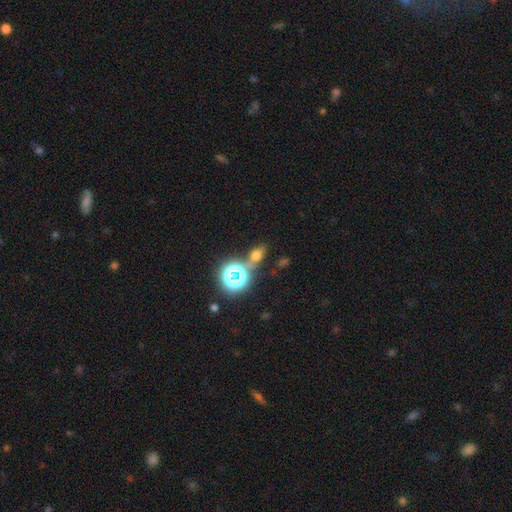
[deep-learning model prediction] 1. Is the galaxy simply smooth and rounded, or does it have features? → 55% smooth, 34% star or artifact, 12% featured or disk.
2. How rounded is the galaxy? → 63% in between, 32% round, 5% cigar-shaped.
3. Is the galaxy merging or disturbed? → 67% none, 16% merger, 12% minor disturbance, 5% major disturbance.